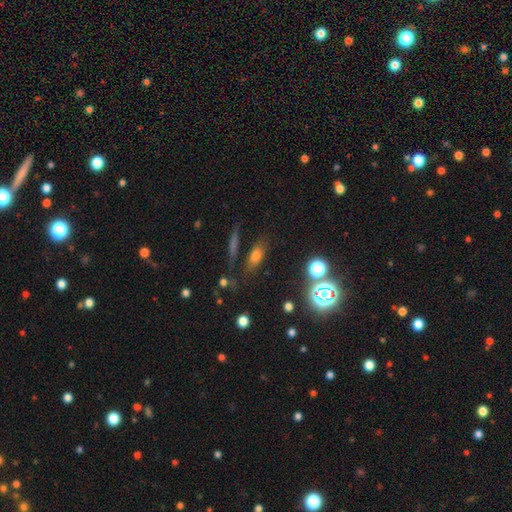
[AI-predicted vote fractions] A smooth galaxy with no disk features (65%) that is in between round and cigar-shaped (65%).

Vote fractions:
- Smooth or featured? smooth: 65% / star or artifact: 20% / featured or disk: 15%
- How rounded? in between: 65% / cigar-shaped: 23% / round: 12%
- Merging? none: 73% / minor disturbance: 14% / major disturbance: 7% / merger: 6%